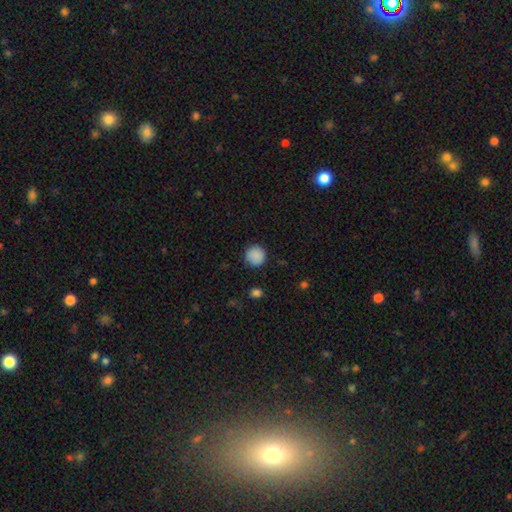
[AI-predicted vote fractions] A smooth galaxy with no disk features (89%) that is round (94%).

Vote fractions:
- Smooth or featured? smooth: 89% / star or artifact: 9% / featured or disk: 3%
- How rounded? round: 94% / in between: 5% / cigar-shaped: 1%
- Merging? none: 88% / minor disturbance: 8% / major disturbance: 2% / merger: 1%